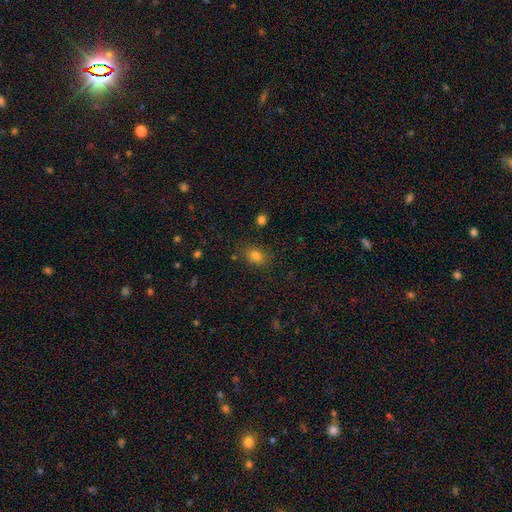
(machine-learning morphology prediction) type=smooth (81%); roundness=in between (63%); merging=none (81%).